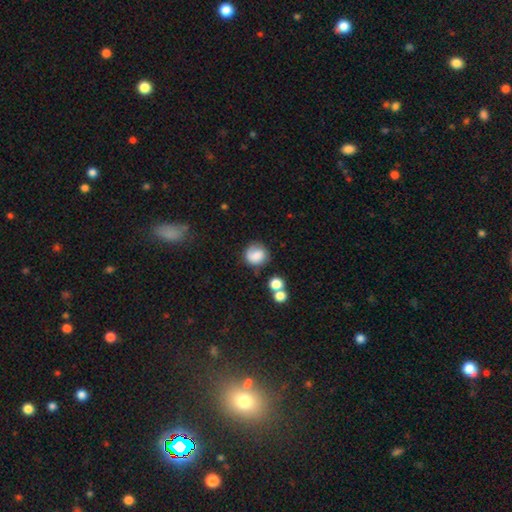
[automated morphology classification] A smooth galaxy with no disk features (75%) that is round (83%). Merging: none (66%).